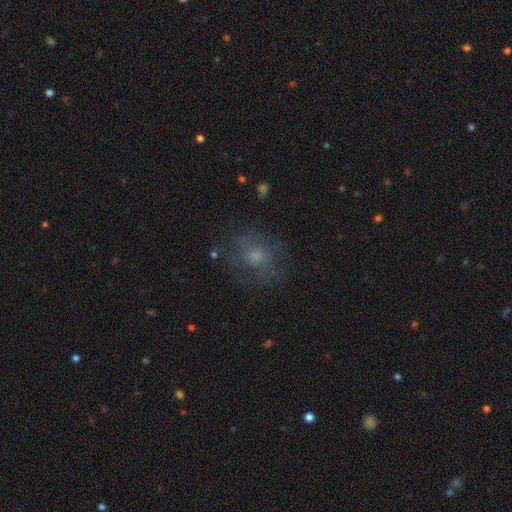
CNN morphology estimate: Smooth or featured? Predicted: smooth (p=0.44). Merging? Predicted: none (p=0.70).